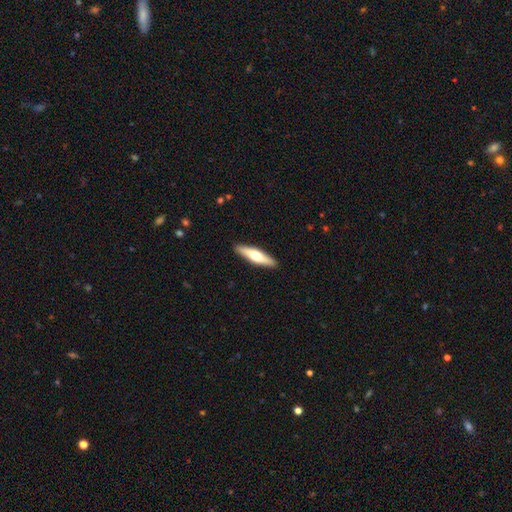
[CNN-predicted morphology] Overall: smooth (51%; featured or disk 44%). How rounded: cigar-shaped (74%). Merging: none (90%).